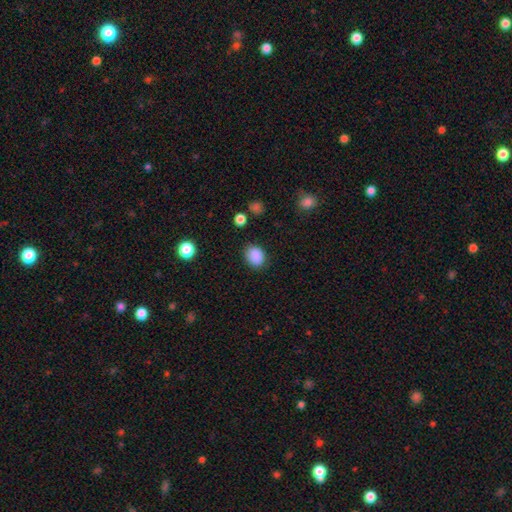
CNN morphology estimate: Overall: smooth (87%). How rounded: in between (55%; round 44%). Merging: none (82%).